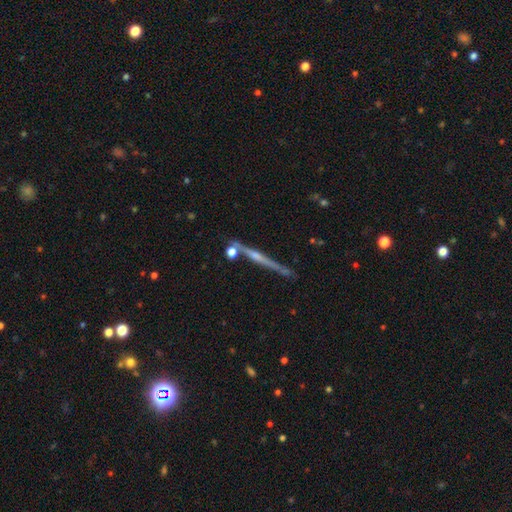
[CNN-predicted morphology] This appears to be a featured or disk galaxy (72%) viewed edge-on (97%) with a rounded central bulge (55%). Merging: none (77%).